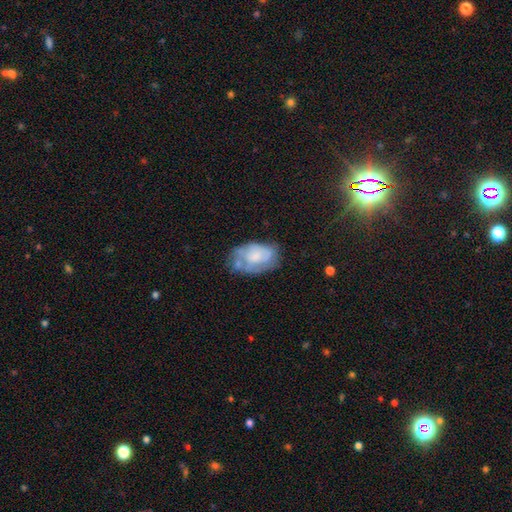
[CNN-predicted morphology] smooth-or-featured: featured or disk: 52% | smooth: 40% | star or artifact: 8%
  disk-edge-on: no: 96% | yes: 4%
  merging: none: 46% | minor disturbance: 31% | major disturbance: 16% | merger: 7%